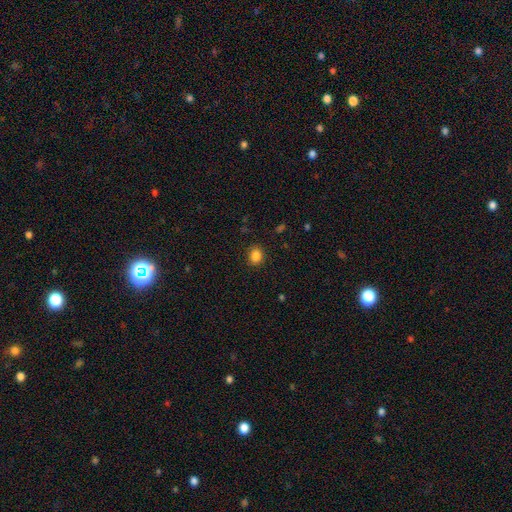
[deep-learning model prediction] Smooth or featured: smooth — 85% (star or artifact — 11%)
How rounded: round — 53% (in between — 46%)
Merging: none — 88% (minor disturbance — 8%)